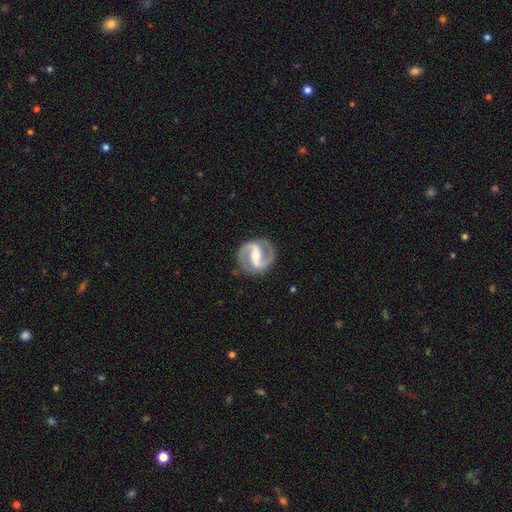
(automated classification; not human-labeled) A featured or disk galaxy (91%) with a strong bar (56%), 2 (94%) medium (59%) spiral arms (97%) and a moderate central bulge (59%). Merging: none (86%).